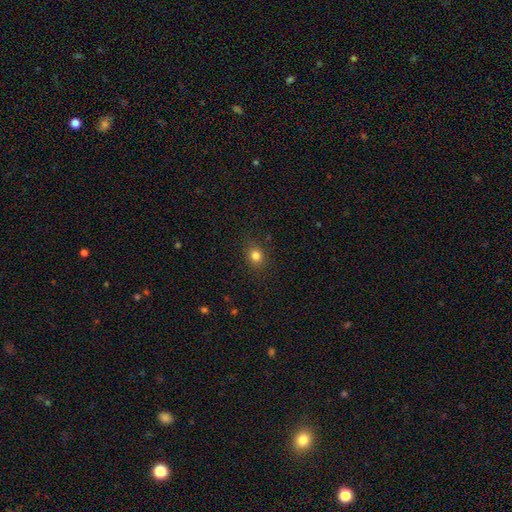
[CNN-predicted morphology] Smooth or featured? smooth (81%)
How rounded? round (76%)
Merging? none (88%)